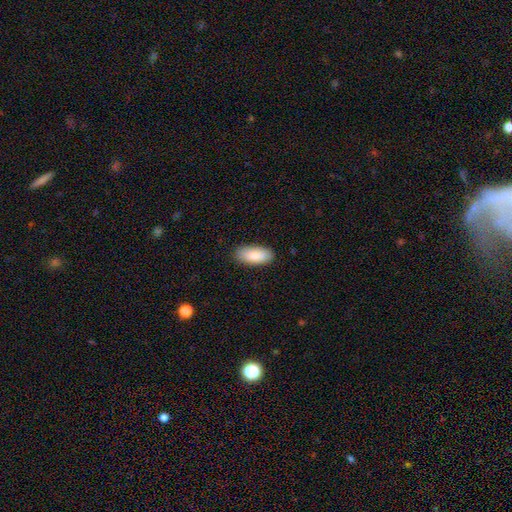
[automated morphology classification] The model was most divided on "how rounded": in between: 89%, cigar-shaped: 10%, round: 2%. More confident: merging — none (89%); smooth or featured — smooth (89%).